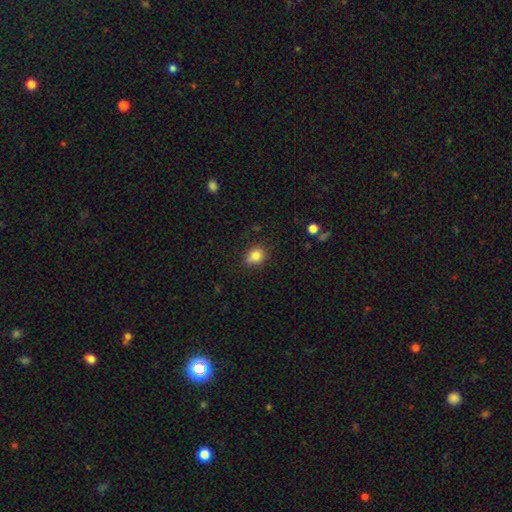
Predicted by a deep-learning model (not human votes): smooth_or_featured: smooth (p=0.83) [alt: star or artifact p=0.10]
how_rounded: round (p=0.52) [alt: in between p=0.47]
merging: none (p=0.76) [alt: minor disturbance p=0.18]